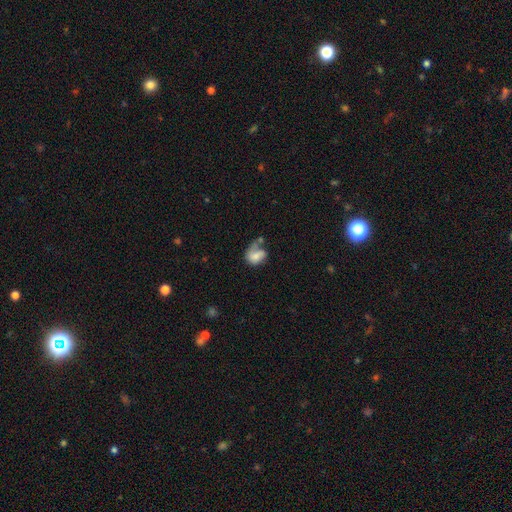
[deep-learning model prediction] A smooth galaxy with no disk features (60%) that is in between round and cigar-shaped (62%).

Vote fractions:
- Smooth or featured? smooth: 60% / featured or disk: 31% / star or artifact: 9%
- How rounded? in between: 62% / round: 36% / cigar-shaped: 1%
- Merging? major disturbance: 33% / none: 27% / minor disturbance: 21% / merger: 19%